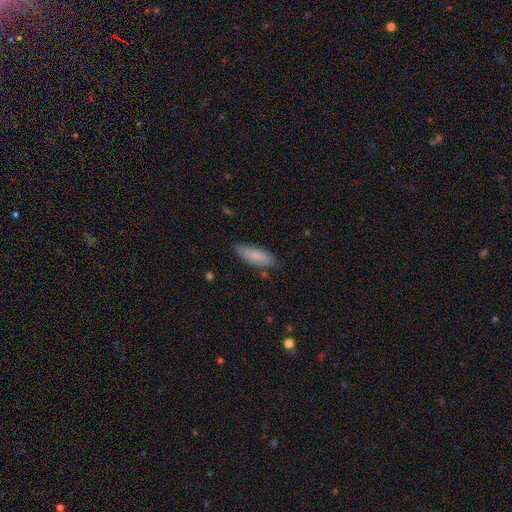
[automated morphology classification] The model was most divided on "how rounded": in between: 65%, cigar-shaped: 34%, round: 2%. More confident: smooth or featured — smooth (81%); merging — none (76%).